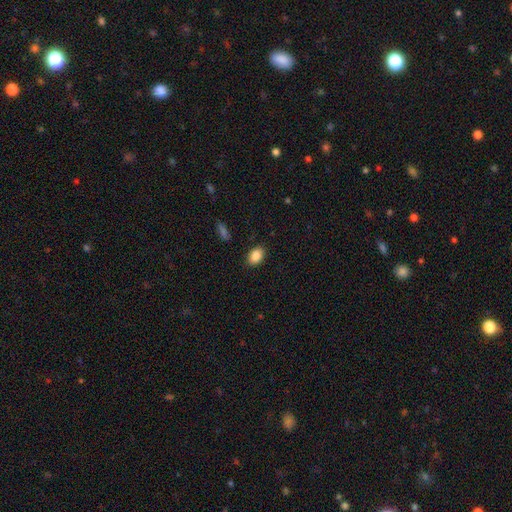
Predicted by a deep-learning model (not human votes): smooth 87%, star or artifact 8%, featured or disk 6%. Down the decision tree: how rounded — in between (85%); merging — none (87%).